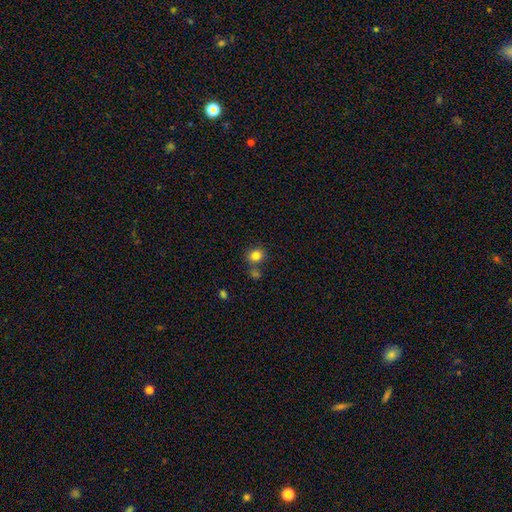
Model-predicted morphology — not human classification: Overall: smooth (82%). How rounded: round (73%). Merging: none (70%).